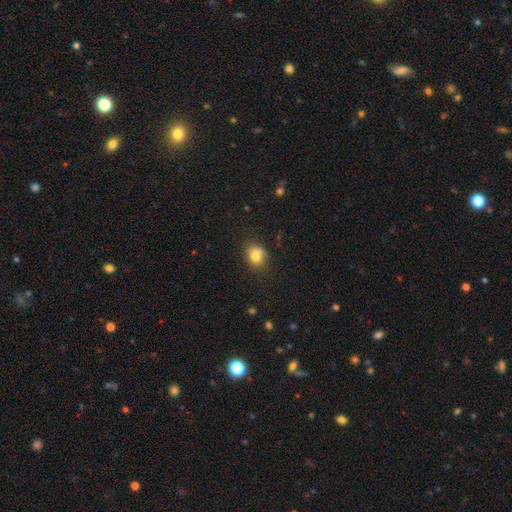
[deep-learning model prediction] smooth_or_featured: smooth (p=0.77) [alt: featured or disk p=0.11]
how_rounded: round (p=0.58) [alt: in between p=0.41]
merging: none (p=0.63) [alt: minor disturbance p=0.25]